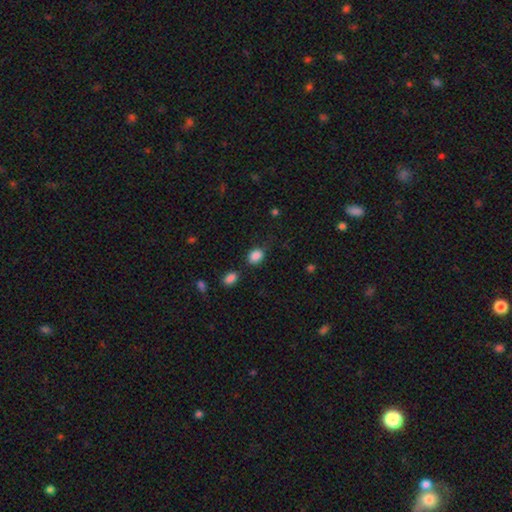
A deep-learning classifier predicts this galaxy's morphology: A smooth galaxy with no disk features (87%) that is in between round and cigar-shaped (61%).

Vote fractions:
- Smooth or featured? smooth: 87% / star or artifact: 9% / featured or disk: 4%
- How rounded? in between: 61% / round: 38% / cigar-shaped: 1%
- Merging? none: 71% / minor disturbance: 18% / merger: 6% / major disturbance: 5%